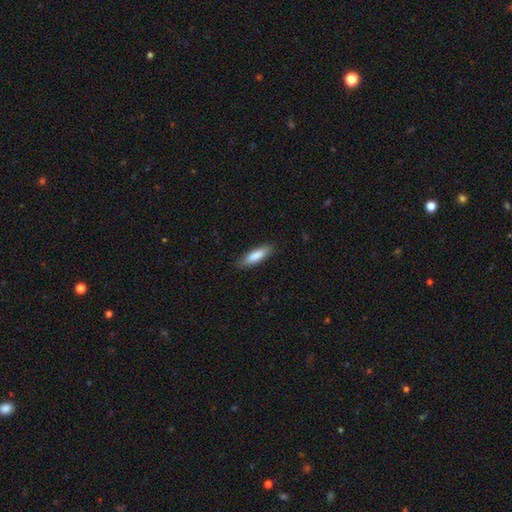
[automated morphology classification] Overall: smooth (85%). How rounded: cigar-shaped (58%; in between 41%). Merging: none (86%).